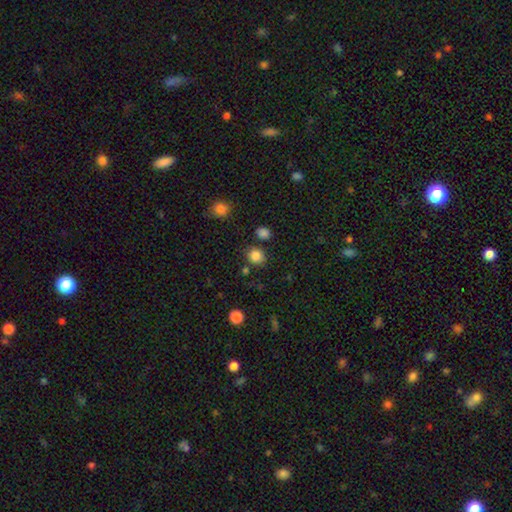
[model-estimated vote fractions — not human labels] Smooth or featured: smooth — 84% (star or artifact — 11%)
How rounded: round — 76% (in between — 23%)
Merging: none — 81% (minor disturbance — 9%)